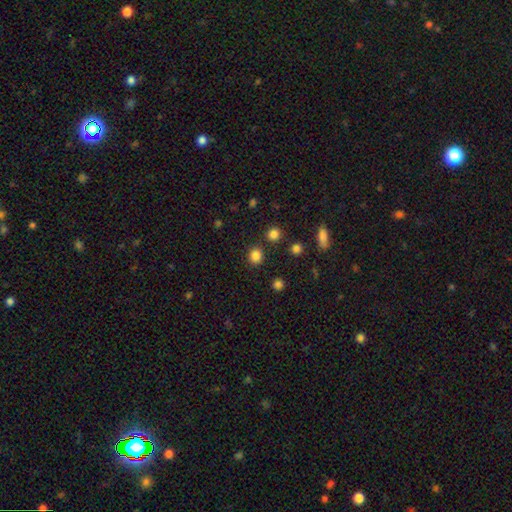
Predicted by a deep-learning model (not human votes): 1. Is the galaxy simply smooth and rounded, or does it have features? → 83% smooth, 13% star or artifact, 4% featured or disk.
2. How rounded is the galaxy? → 81% round, 18% in between, 1% cigar-shaped.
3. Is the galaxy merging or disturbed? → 86% none, 7% minor disturbance, 4% merger, 3% major disturbance.